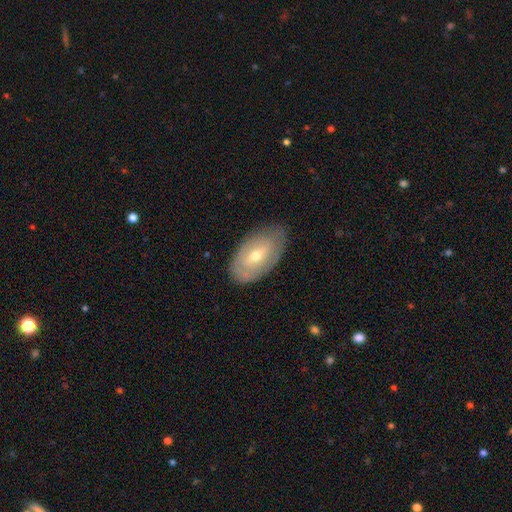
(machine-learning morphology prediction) Smooth or featured?
  - smooth: 47% *
  - featured or disk: 46%
  - star or artifact: 7%
Merging?
  - none: 75% *
  - minor disturbance: 19%
  - major disturbance: 5%
  - merger: 1%